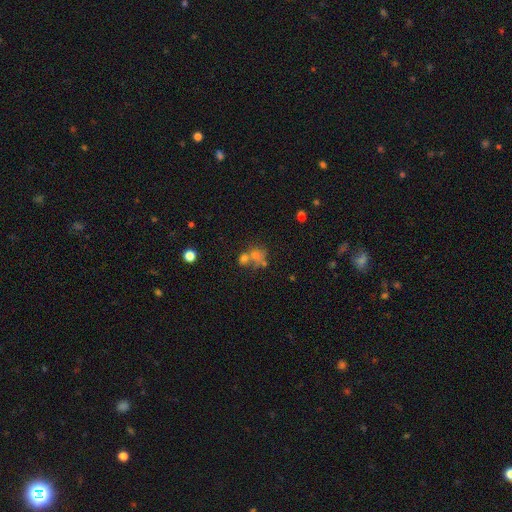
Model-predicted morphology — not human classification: This appears to be a smooth galaxy with no disk features (52%) that is round (76%). Merging: merger (44%).